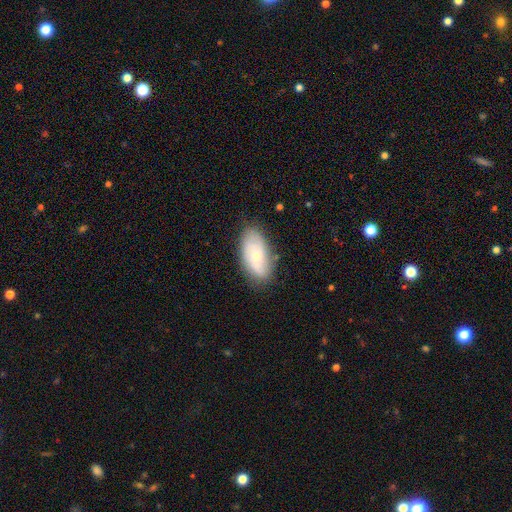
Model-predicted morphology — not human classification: A featured or disk galaxy (48%).

Vote fractions:
- Smooth or featured? featured or disk: 48% / smooth: 44% / star or artifact: 7%
- Merging? none: 77% / minor disturbance: 18% / major disturbance: 4% / merger: 2%